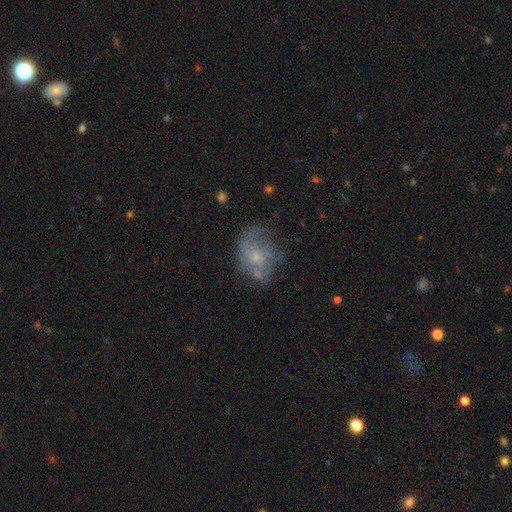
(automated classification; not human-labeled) Overall: featured or disk (51%; smooth 39%). Edge-on disk: no (97%). Merging: none (45%; minor disturbance 28%).